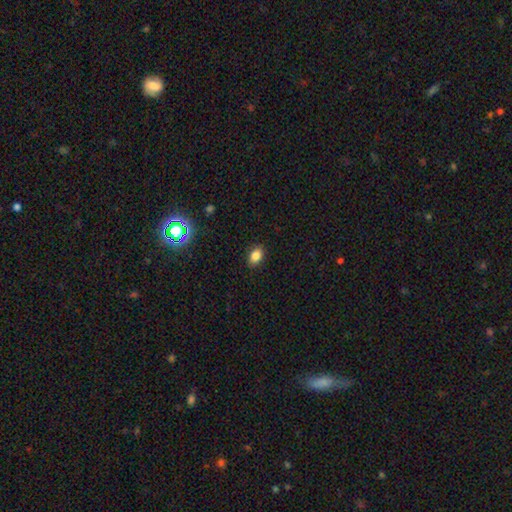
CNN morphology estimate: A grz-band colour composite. It shows a smooth galaxy with no disk features (83%) that is in between round and cigar-shaped (82%). Merging: none (88%).